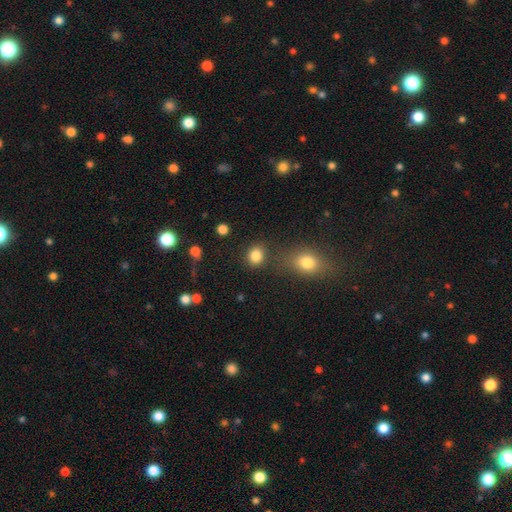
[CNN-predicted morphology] Q: Smooth or featured?
A: smooth (85%); runner-up: star or artifact (11%)
Q: How rounded?
A: round (72%); runner-up: in between (26%)
Q: Merging?
A: none (78%); runner-up: minor disturbance (9%)